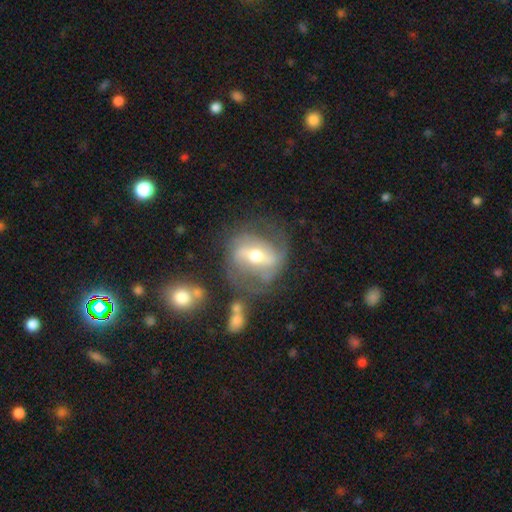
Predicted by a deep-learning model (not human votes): The model was most divided on "spiral winding": medium: 42%, loose: 37%, tight: 21%. More confident: edge-on disk — no (92%); spiral arm count — 2 (80%); smooth or featured — featured or disk (77%); spiral arms — yes (76%); bulge size — moderate (70%); merging — none (62%); bar — strong (60%).